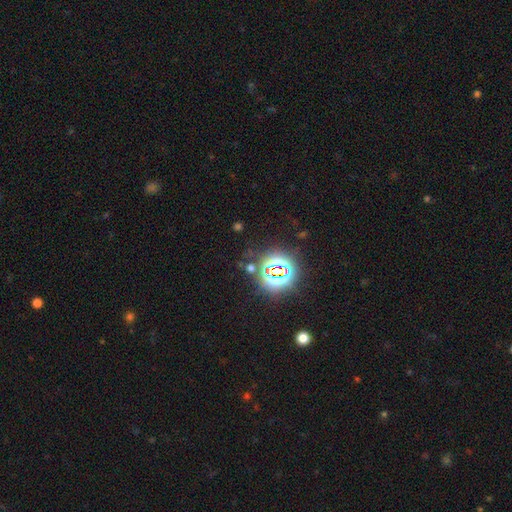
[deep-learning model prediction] Morphology: type=star or artifact (85%).